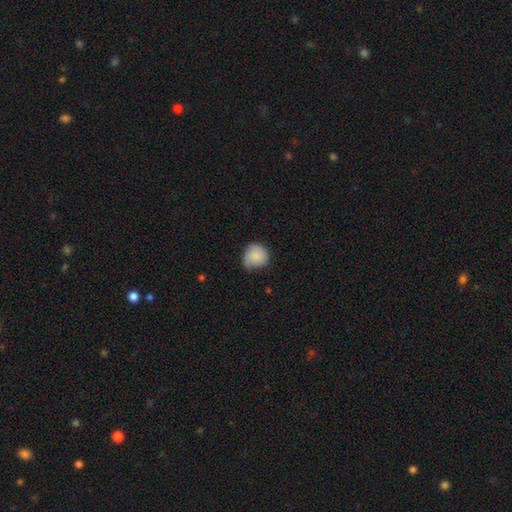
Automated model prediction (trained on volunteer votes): This appears to be a smooth galaxy with no disk features (76%) that is round (84%). Merging: none (53%).